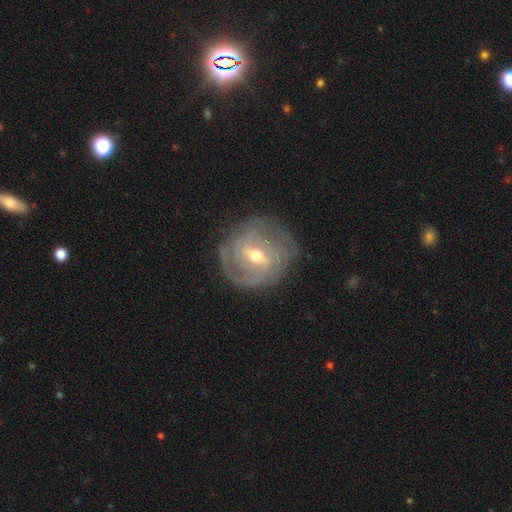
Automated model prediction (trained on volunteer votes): smooth_or_featured: featured or disk (p=0.82) [alt: smooth p=0.13]
disk_edge_on: no (p=0.96) [alt: yes p=0.04]
bar: weak (p=0.52) [alt: strong p=0.33]
has_spiral_arms: yes (p=0.87) [alt: no p=0.13]
spiral_winding: tight (p=0.65) [alt: medium p=0.27]
spiral_arm_count: can't tell (p=0.38) [alt: 2 p=0.34]
bulge_size: moderate (p=0.62) [alt: small p=0.33]
merging: none (p=0.73) [alt: minor disturbance p=0.18]